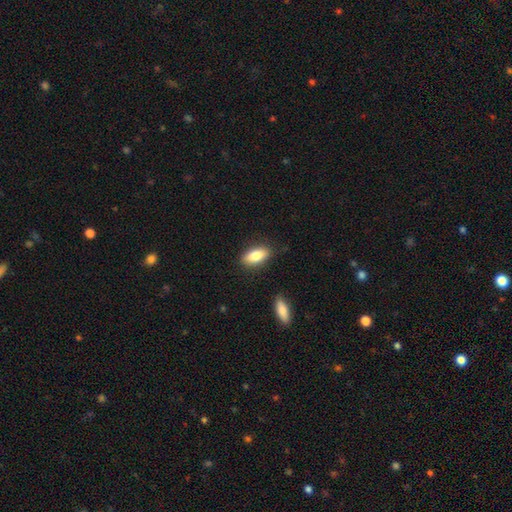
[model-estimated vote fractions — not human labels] smooth_or_featured: smooth (p=0.83) [alt: featured or disk p=0.10]
how_rounded: in between (p=0.84) [alt: cigar-shaped p=0.13]
merging: none (p=0.85) [alt: minor disturbance p=0.10]